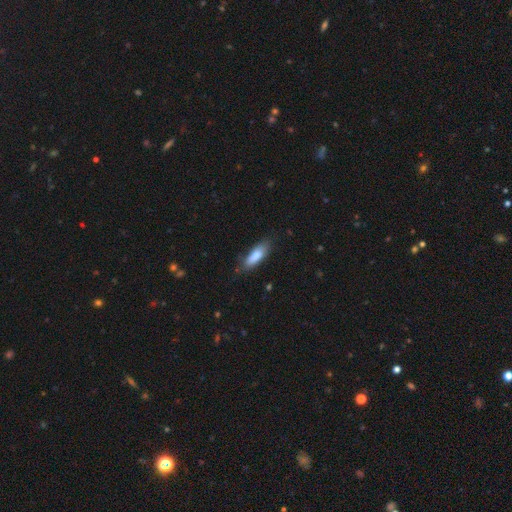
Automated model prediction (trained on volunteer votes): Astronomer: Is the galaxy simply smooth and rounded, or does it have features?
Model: smooth — 80%.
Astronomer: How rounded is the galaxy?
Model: in between — 55% (runner-up: cigar-shaped, 43%).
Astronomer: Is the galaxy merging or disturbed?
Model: none — 71%.